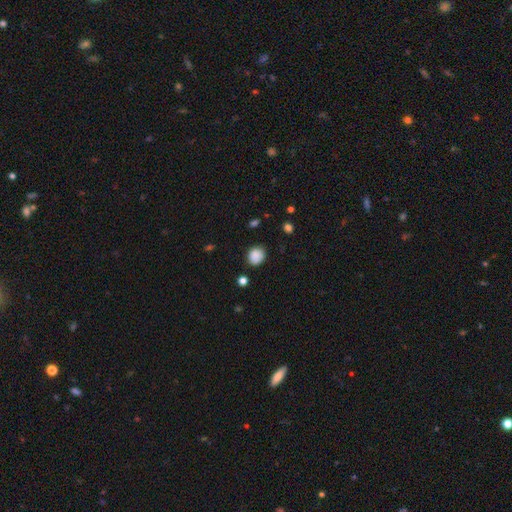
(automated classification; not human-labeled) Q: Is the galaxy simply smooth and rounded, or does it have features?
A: smooth — 86%.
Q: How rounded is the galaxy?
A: round — 71%.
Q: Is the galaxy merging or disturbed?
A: none — 76%.